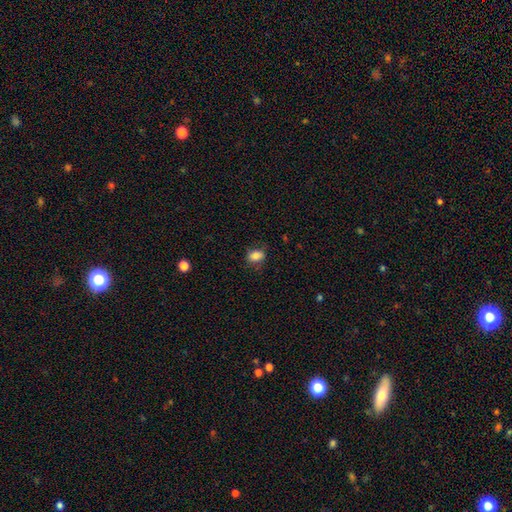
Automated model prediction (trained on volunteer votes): smooth 82%, star or artifact 9%, featured or disk 9%. Down the decision tree: how rounded — in between (69%); merging — none (73%).